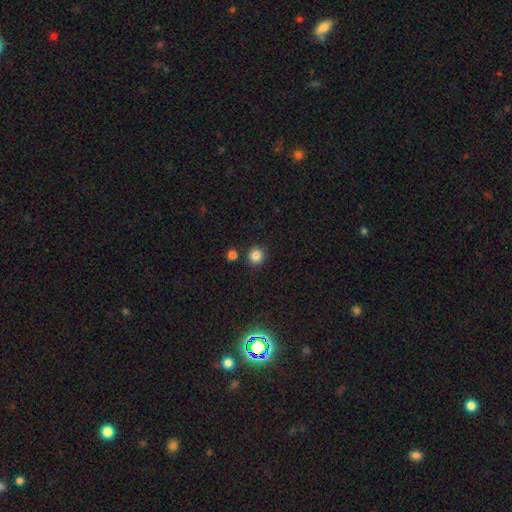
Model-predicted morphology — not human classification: smooth 83%, star or artifact 12%, featured or disk 5%. Down the decision tree: how rounded — round (92%); merging — none (85%).